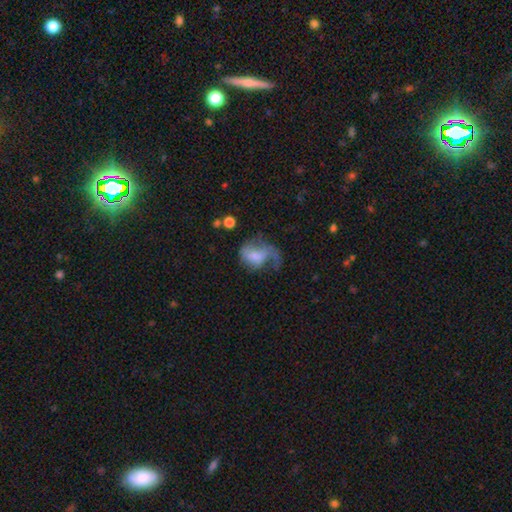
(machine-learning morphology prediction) featured or disk 47%, smooth 44%, star or artifact 9%. Down the decision tree: merging — major disturbance (57%).